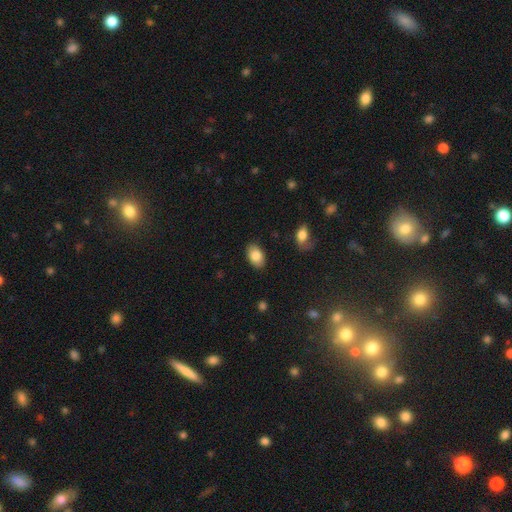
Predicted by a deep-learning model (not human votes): This is clearly a smooth galaxy (85%). How rounded: clearly in between (90%). Merging: clearly none (87%).